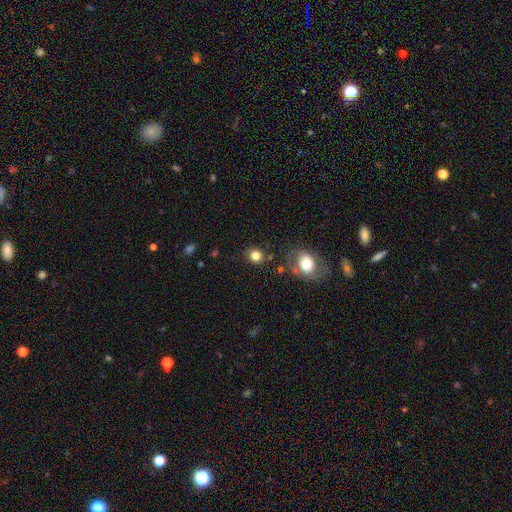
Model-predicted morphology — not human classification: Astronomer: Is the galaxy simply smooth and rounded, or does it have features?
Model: smooth — 82%.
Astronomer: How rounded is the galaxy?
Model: round — 83%.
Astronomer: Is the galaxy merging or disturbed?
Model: none — 83%.